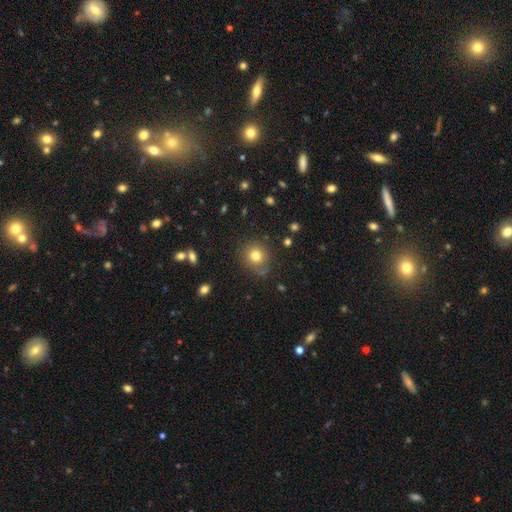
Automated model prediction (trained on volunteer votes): Smooth or featured? smooth (78%)
How rounded? round (87%)
Merging? none (78%)